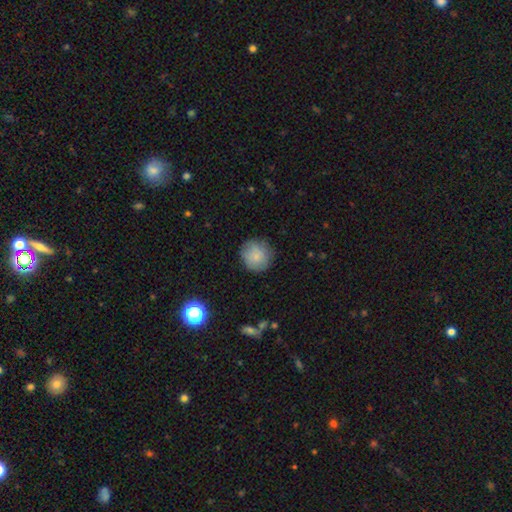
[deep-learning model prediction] A smooth galaxy with no disk features (82%) that is round (92%). Merging: none (82%).